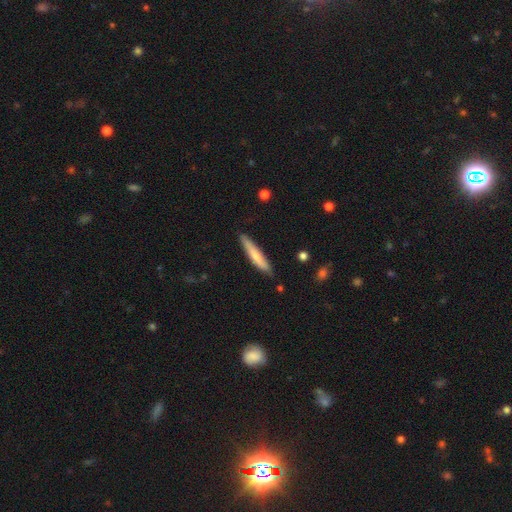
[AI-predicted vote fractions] This appears to be a smooth galaxy with no disk features (69%) that is cigar-shaped (91%). Merging: none (84%).